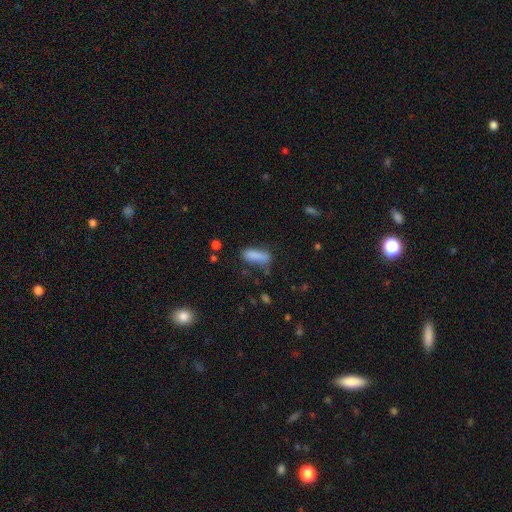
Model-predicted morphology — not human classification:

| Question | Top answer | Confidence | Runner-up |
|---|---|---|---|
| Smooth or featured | smooth | 84% | star or artifact (9%) |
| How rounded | in between | 55% | cigar-shaped (43%) |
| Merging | none | 60% | minor disturbance (24%) |